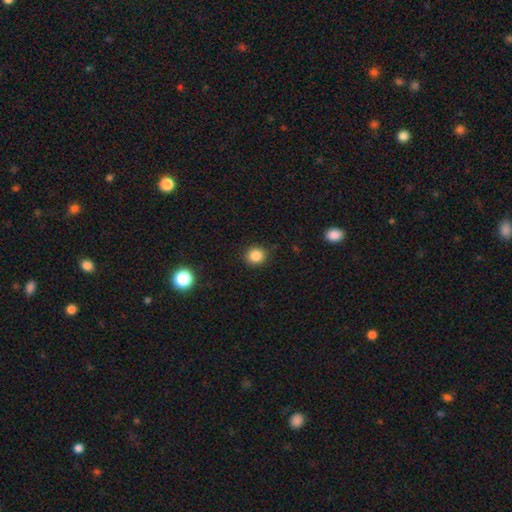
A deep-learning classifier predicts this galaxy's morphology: Q: Smooth or featured?
A: smooth (85%); runner-up: star or artifact (11%)
Q: How rounded?
A: round (86%); runner-up: in between (13%)
Q: Merging?
A: none (89%); runner-up: minor disturbance (7%)